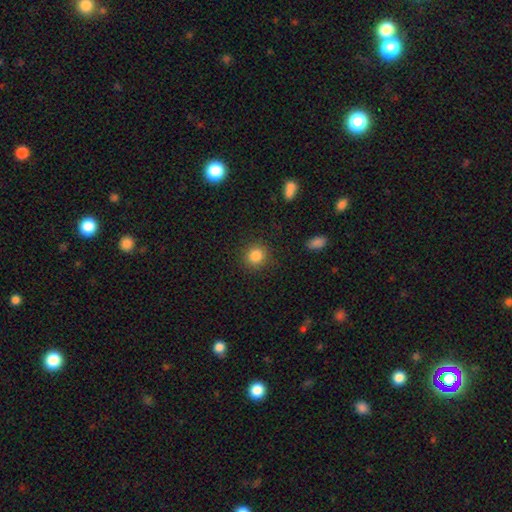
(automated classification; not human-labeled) Q: Smooth or featured?
A: smooth (85%); runner-up: star or artifact (11%)
Q: How rounded?
A: round (87%); runner-up: in between (12%)
Q: Merging?
A: none (88%); runner-up: minor disturbance (8%)